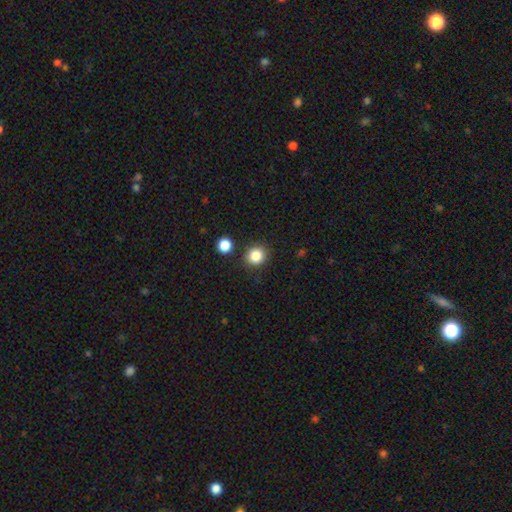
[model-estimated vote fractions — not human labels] A smooth galaxy with no disk features (85%) that is round (85%).

Vote fractions:
- Smooth or featured? smooth: 85% / star or artifact: 11% / featured or disk: 4%
- How rounded? round: 85% / in between: 14% / cigar-shaped: 1%
- Merging? none: 86% / minor disturbance: 8% / merger: 4% / major disturbance: 3%